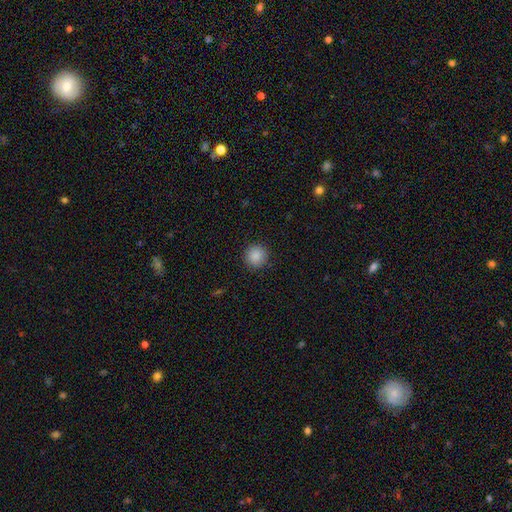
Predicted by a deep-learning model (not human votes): smooth_or_featured: smooth (p=0.87) [alt: star or artifact p=0.09]
how_rounded: round (p=0.94) [alt: in between p=0.05]
merging: none (p=0.90) [alt: minor disturbance p=0.07]